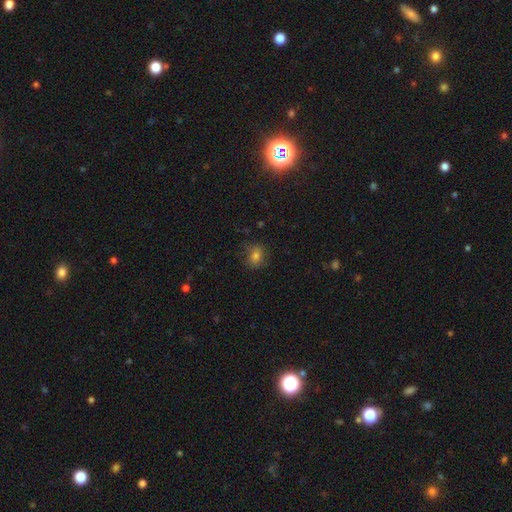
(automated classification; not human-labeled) Morphology: type=smooth (75%); roundness=in between (50%); merging=none (76%).